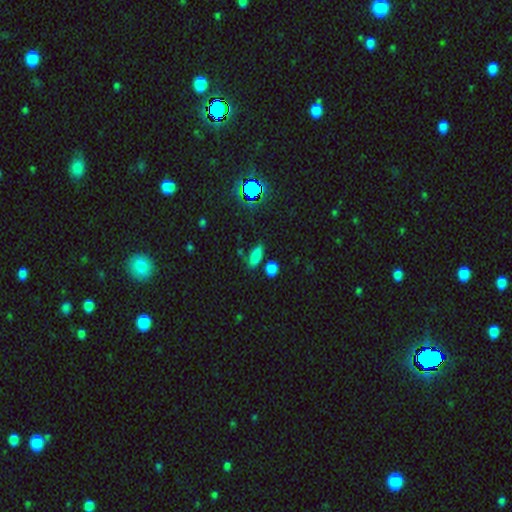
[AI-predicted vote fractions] The model was most divided on "how rounded": in between: 69%, cigar-shaped: 26%, round: 6%. More confident: smooth or featured — smooth (77%); merging — none (74%).